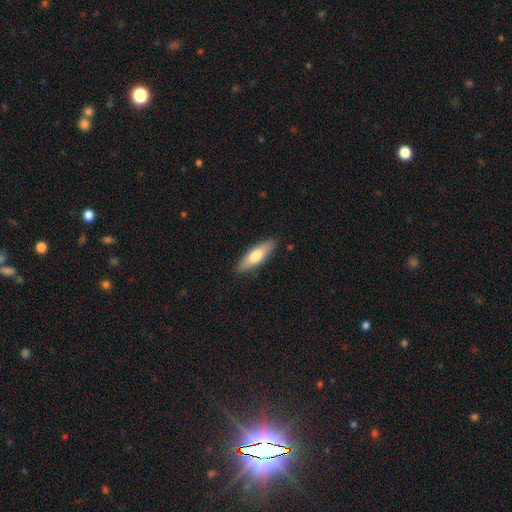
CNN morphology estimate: smooth 66%, featured or disk 29%, star or artifact 5%. Down the decision tree: how rounded — cigar-shaped (54%); merging — none (87%).